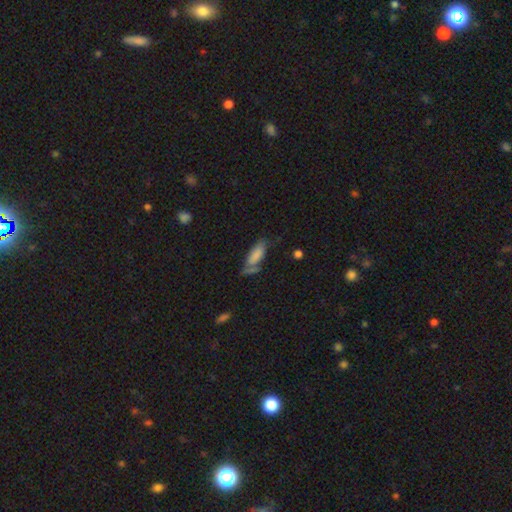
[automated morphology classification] Q: Smooth or featured?
A: smooth (77%); runner-up: featured or disk (15%)
Q: How rounded?
A: in between (68%); runner-up: cigar-shaped (29%)
Q: Merging?
A: none (47%); runner-up: minor disturbance (25%)